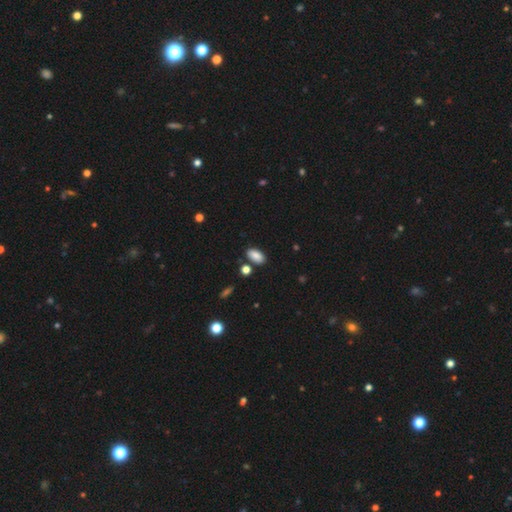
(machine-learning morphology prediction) Smooth or featured? Predicted: smooth (p=0.87). How rounded? Predicted: in between (p=0.92). Merging? Predicted: none (p=0.81).